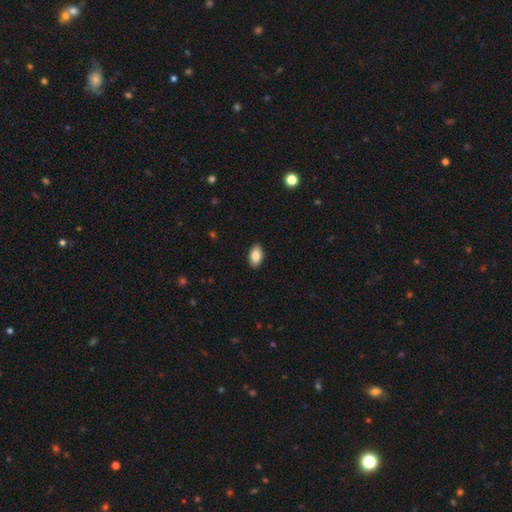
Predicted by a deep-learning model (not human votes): smooth 86%, featured or disk 7%, star or artifact 7%. Down the decision tree: how rounded — in between (93%); merging — none (90%).